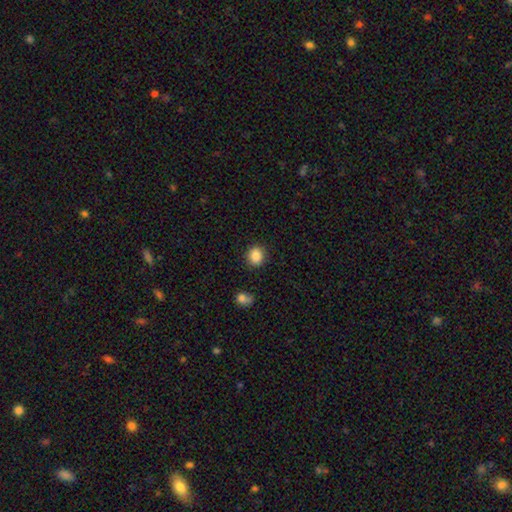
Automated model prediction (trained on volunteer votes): This appears to be a smooth galaxy with no disk features (87%) that is round (74%). Merging: none (87%).